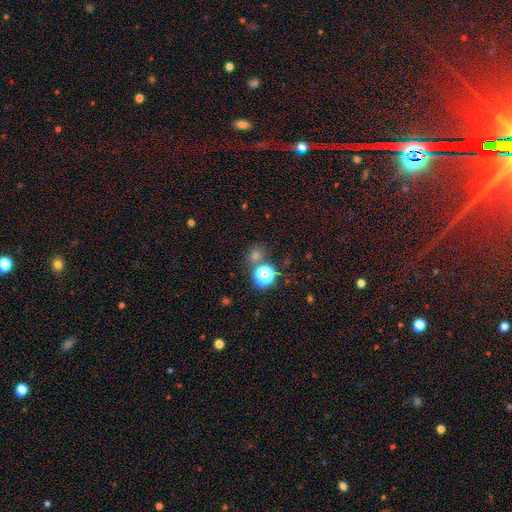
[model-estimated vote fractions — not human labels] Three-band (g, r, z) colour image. It shows a smooth galaxy with no disk features (48%). Merging: none (74%).